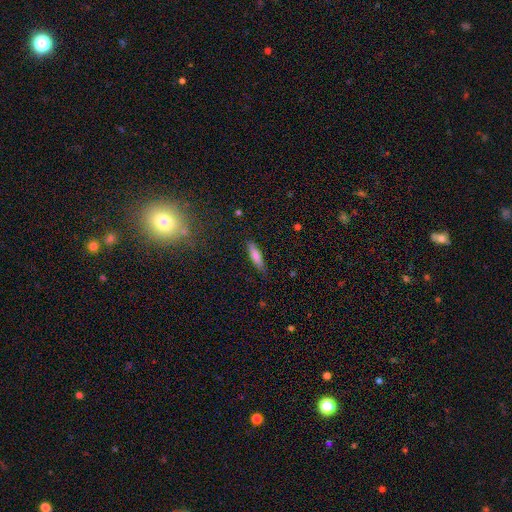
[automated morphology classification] Smooth or featured? Predicted: smooth (p=0.73). How rounded? Predicted: cigar-shaped (p=0.71). Merging? Predicted: none (p=0.84).